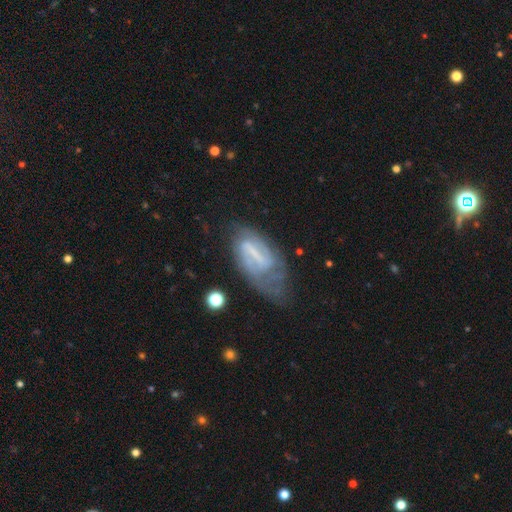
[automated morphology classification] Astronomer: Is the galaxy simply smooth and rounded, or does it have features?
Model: featured or disk — 71%.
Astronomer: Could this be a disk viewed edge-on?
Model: no — 91%.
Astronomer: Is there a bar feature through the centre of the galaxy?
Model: strong — 53% (runner-up: weak, 33%).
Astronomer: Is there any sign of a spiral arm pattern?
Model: yes — 77%.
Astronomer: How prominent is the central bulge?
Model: none — 48% (runner-up: small, 32%).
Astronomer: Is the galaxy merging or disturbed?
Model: none — 45% (runner-up: minor disturbance, 29%).